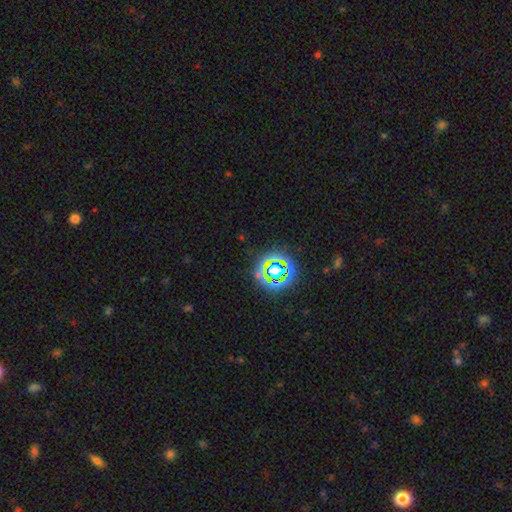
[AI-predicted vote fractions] star or artifact 74%, smooth 17%, featured or disk 10%.